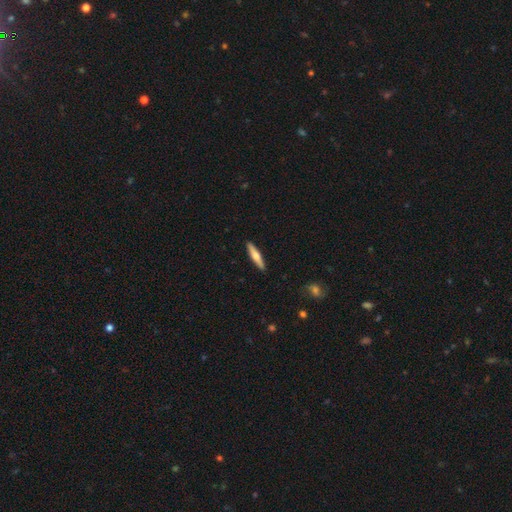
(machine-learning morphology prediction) Overall: smooth (51%; featured or disk 43%). How rounded: cigar-shaped (87%). Merging: none (91%).